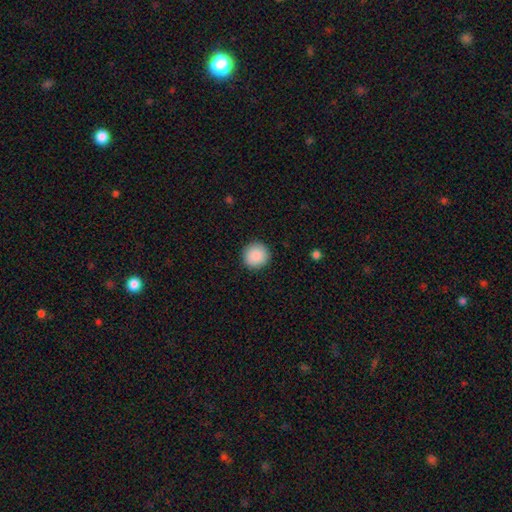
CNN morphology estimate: smooth_or_featured: smooth (p=0.89) [alt: star or artifact p=0.07]
how_rounded: round (p=0.94) [alt: in between p=0.05]
merging: none (p=0.92) [alt: minor disturbance p=0.06]